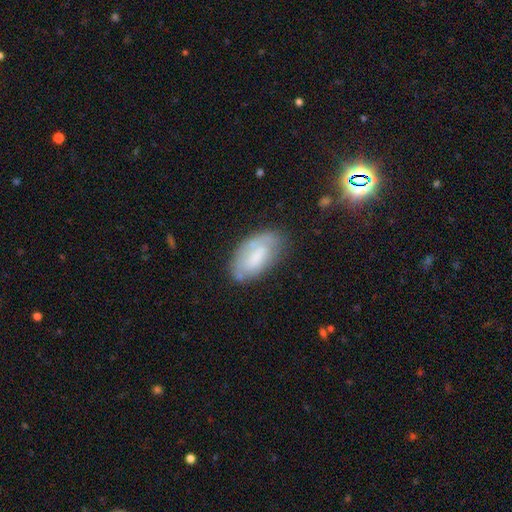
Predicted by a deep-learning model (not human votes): Smooth or featured? smooth (60%)
How rounded? in between (93%)
Merging? none (64%)